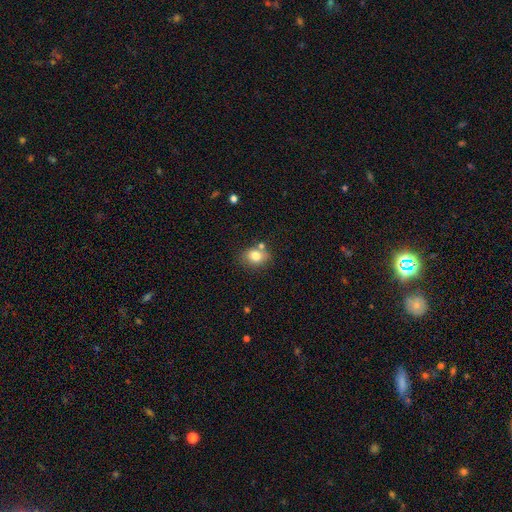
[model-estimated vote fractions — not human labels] Smooth or featured?
  - smooth: 79% *
  - featured or disk: 11%
  - star or artifact: 10%
How rounded?
  - in between: 54% *
  - round: 45%
  - cigar-shaped: 1%
Merging?
  - none: 66% *
  - minor disturbance: 16%
  - merger: 14%
  - major disturbance: 4%